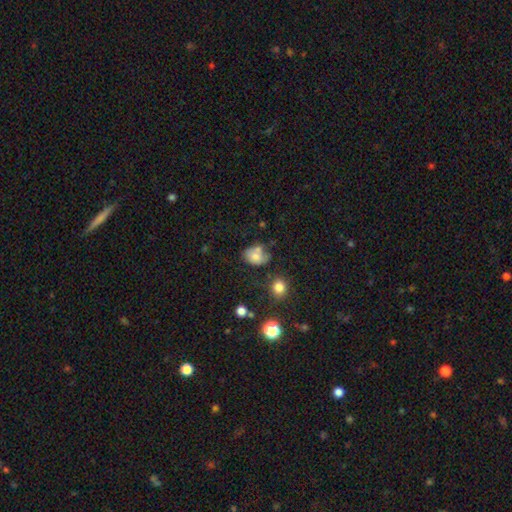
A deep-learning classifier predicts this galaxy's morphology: smooth-or-featured: smooth: 71% | featured or disk: 18% | star or artifact: 12%
  how-rounded: in between: 66% | round: 33% | cigar-shaped: 1%
  merging: none: 44% | minor disturbance: 25% | merger: 20% | major disturbance: 11%